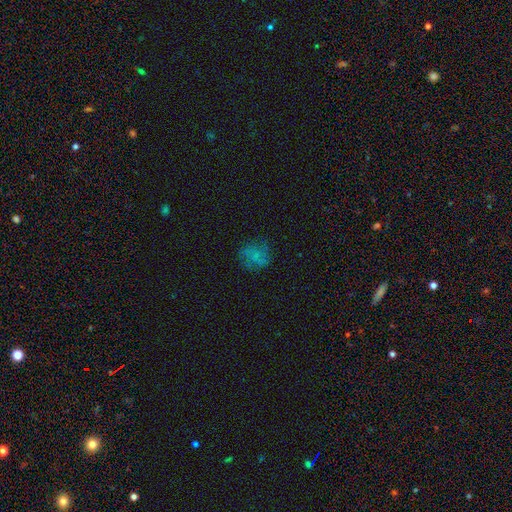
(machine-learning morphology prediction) Smooth or featured: smooth — 46% (featured or disk — 37%)
Merging: none — 66% (minor disturbance — 19%)